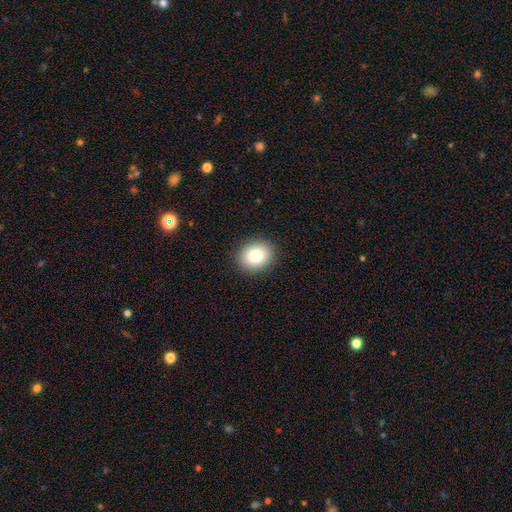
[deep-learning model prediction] A smooth galaxy with no disk features (84%) that is round (59%). Merging: none (90%).